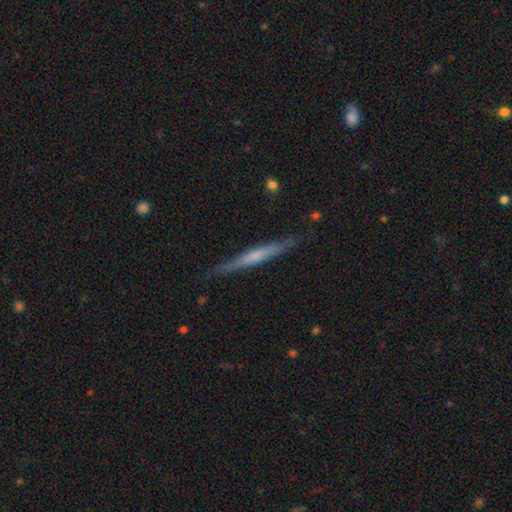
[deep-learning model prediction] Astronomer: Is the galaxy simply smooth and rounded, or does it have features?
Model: featured or disk — 55% (runner-up: smooth, 39%).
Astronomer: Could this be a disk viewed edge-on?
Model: yes — 97%.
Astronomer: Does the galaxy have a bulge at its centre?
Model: none — 54% (runner-up: rounded, 31%).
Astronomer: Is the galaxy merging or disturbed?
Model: none — 85%.